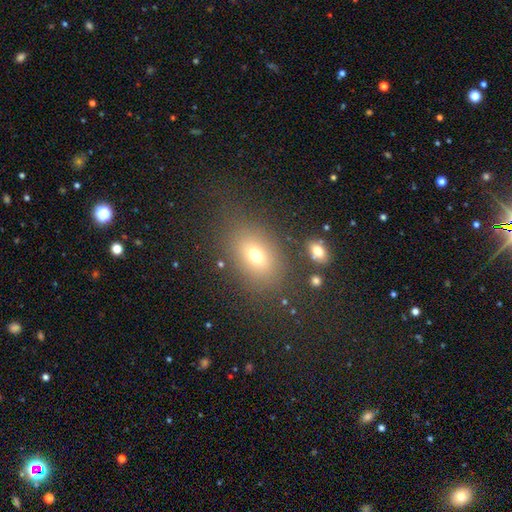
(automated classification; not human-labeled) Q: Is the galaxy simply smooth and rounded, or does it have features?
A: smooth — 70%.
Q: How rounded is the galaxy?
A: in between — 74%.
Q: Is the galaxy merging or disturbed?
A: none — 78%.